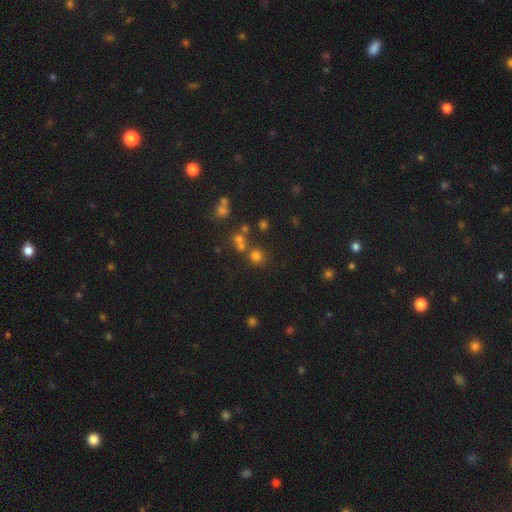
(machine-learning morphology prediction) Q: Smooth or featured?
A: smooth (66%); runner-up: star or artifact (25%)
Q: How rounded?
A: round (90%); runner-up: in between (9%)
Q: Merging?
A: none (67%); runner-up: merger (20%)